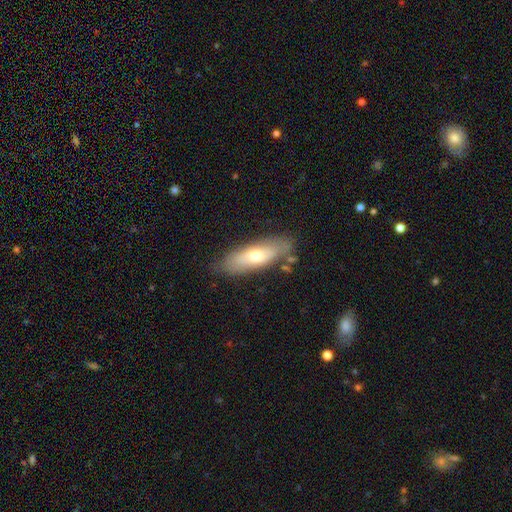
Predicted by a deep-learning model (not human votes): smooth-or-featured: smooth: 60% | featured or disk: 34% | star or artifact: 6%
  how-rounded: in between: 58% | cigar-shaped: 40% | round: 2%
  merging: none: 78% | minor disturbance: 15% | major disturbance: 4% | merger: 3%